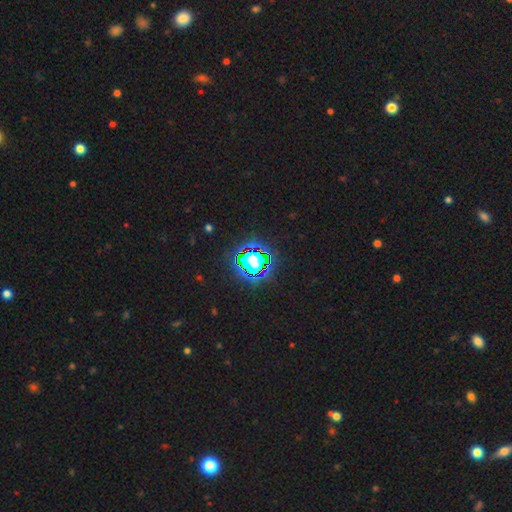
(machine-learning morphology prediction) The model was most divided on "smooth or featured": star or artifact: 84%, smooth: 10%, featured or disk: 6%.